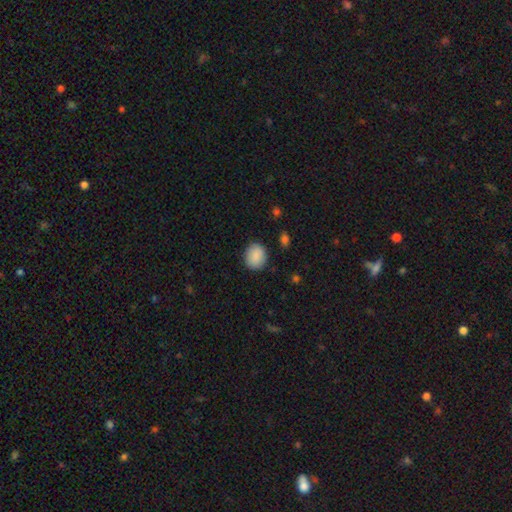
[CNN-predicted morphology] A smooth galaxy with no disk features (89%) that is round (60%).

Vote fractions:
- Smooth or featured? smooth: 89% / star or artifact: 7% / featured or disk: 4%
- How rounded? round: 60% / in between: 39% / cigar-shaped: 1%
- Merging? none: 86% / minor disturbance: 10% / major disturbance: 3% / merger: 1%